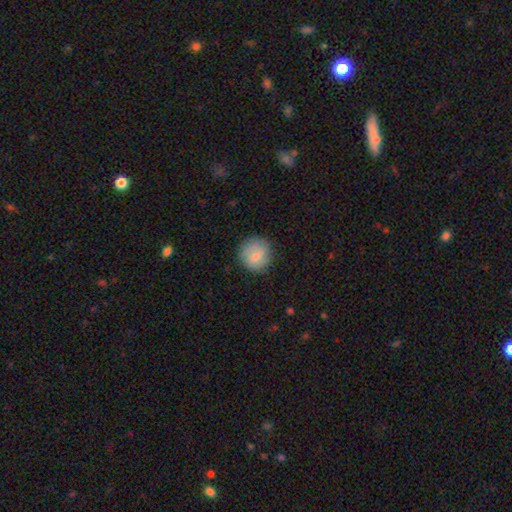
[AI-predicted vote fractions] smooth_or_featured: smooth (p=0.81) [alt: featured or disk p=0.11]
how_rounded: round (p=0.90) [alt: in between p=0.09]
merging: none (p=0.82) [alt: minor disturbance p=0.14]